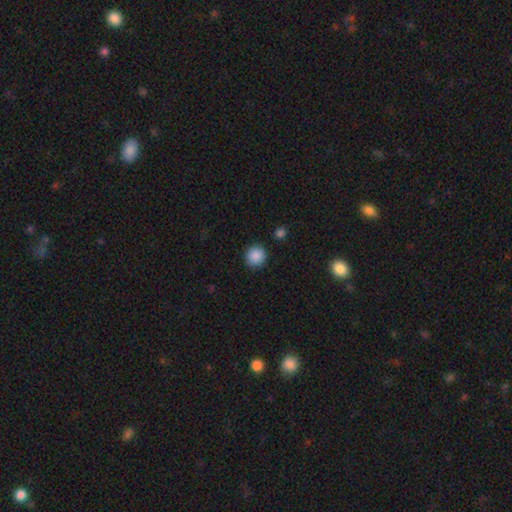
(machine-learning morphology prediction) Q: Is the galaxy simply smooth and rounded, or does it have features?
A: smooth — 88%.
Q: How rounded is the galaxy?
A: round — 94%.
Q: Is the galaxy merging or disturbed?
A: none — 90%.